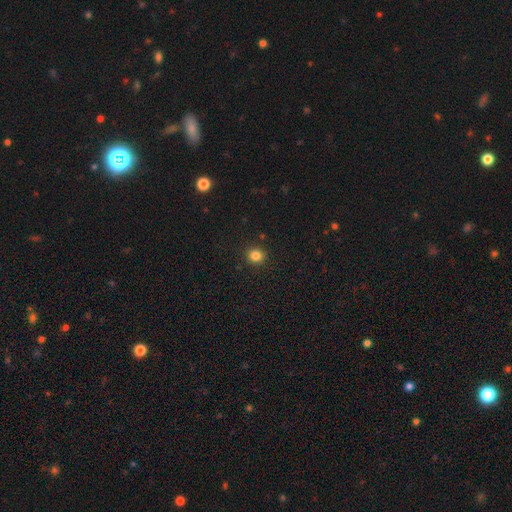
Volunteers were most divided on "how rounded": round: 88%, in between: 12%, cigar-shaped: 0%. More confident: merging — none (94%); smooth or featured — smooth (85%).